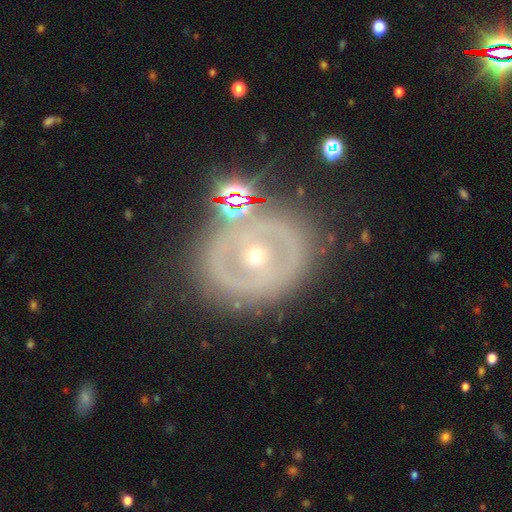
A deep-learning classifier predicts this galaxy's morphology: A featured or disk galaxy (69%) with no bar (64%), no spiral arms (59%) and a moderate central bulge (50%). Merging: none (75%).